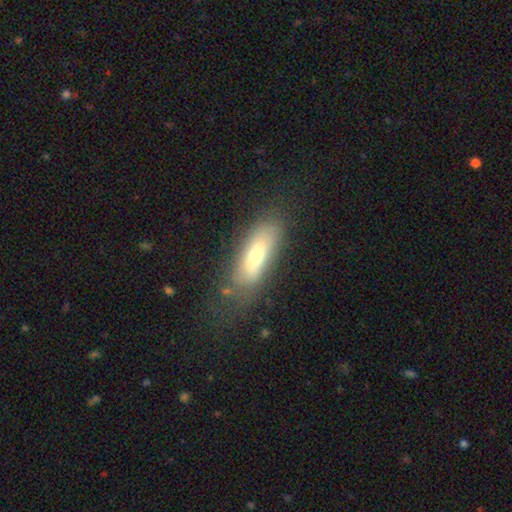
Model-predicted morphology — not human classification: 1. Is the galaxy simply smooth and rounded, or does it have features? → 67% smooth, 25% featured or disk, 8% star or artifact.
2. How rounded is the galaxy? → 68% in between, 29% cigar-shaped, 3% round.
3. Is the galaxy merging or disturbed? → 66% none, 20% minor disturbance, 11% major disturbance, 3% merger.